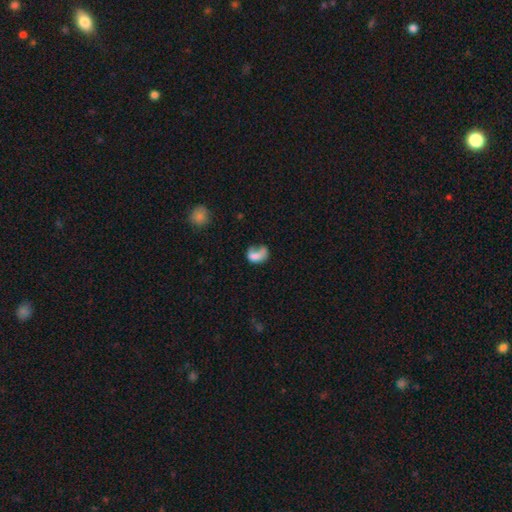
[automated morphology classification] This is possibly a smooth galaxy (60%). How rounded: likely in between (72%). Merging: marginally major disturbance (40%).